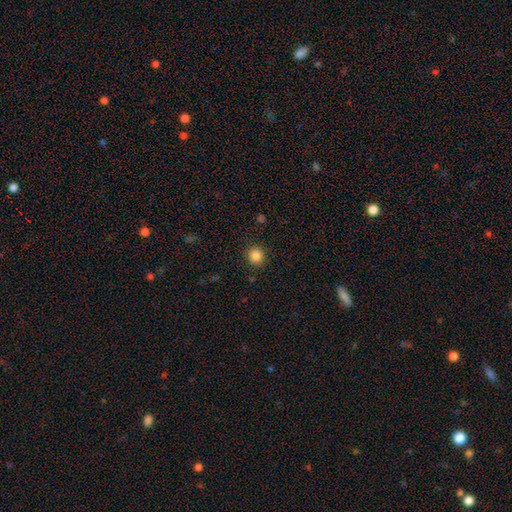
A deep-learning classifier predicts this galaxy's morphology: Q: Smooth or featured?
A: smooth (85%); runner-up: star or artifact (11%)
Q: How rounded?
A: round (89%); runner-up: in between (10%)
Q: Merging?
A: none (90%); runner-up: minor disturbance (7%)